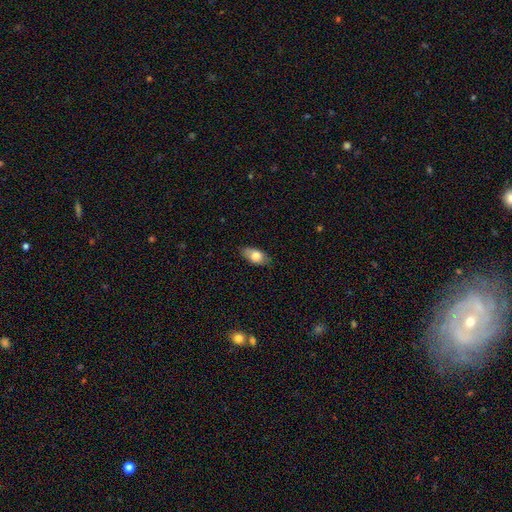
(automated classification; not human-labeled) This appears to be a smooth galaxy with no disk features (76%) that is in between round and cigar-shaped (89%). Merging: none (81%).